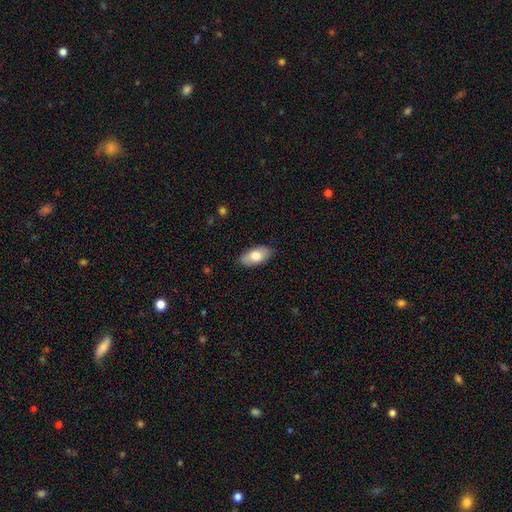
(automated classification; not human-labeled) A smooth galaxy with no disk features (79%) that is in between round and cigar-shaped (93%). Merging: none (85%).